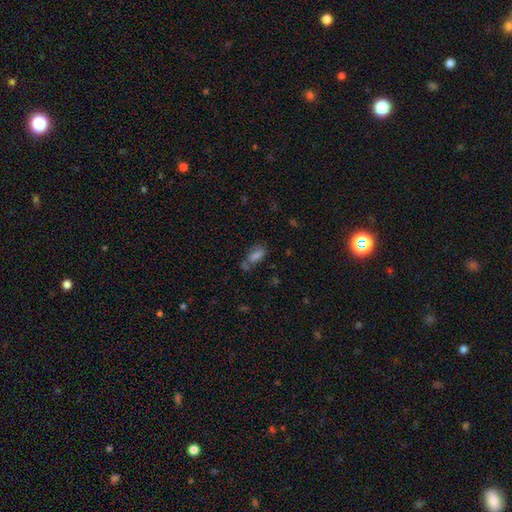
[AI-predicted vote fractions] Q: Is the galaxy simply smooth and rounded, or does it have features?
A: smooth — 60%.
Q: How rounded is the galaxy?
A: in between — 80%.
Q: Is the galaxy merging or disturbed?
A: none — 49%.